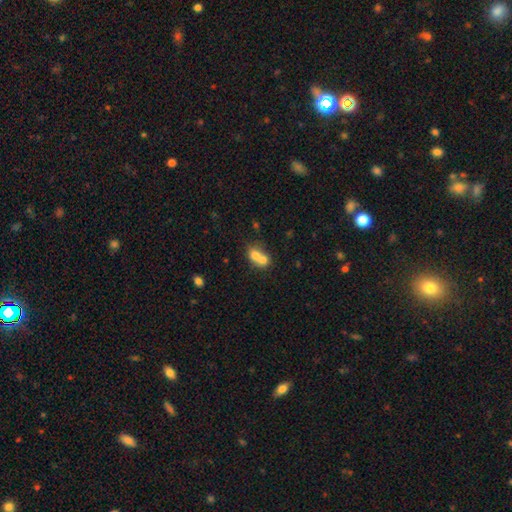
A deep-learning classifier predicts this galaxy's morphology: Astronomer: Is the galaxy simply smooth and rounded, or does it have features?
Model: smooth — 69%.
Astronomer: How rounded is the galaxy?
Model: round — 50% (runner-up: in between, 48%).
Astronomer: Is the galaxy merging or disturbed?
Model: merger — 73%.